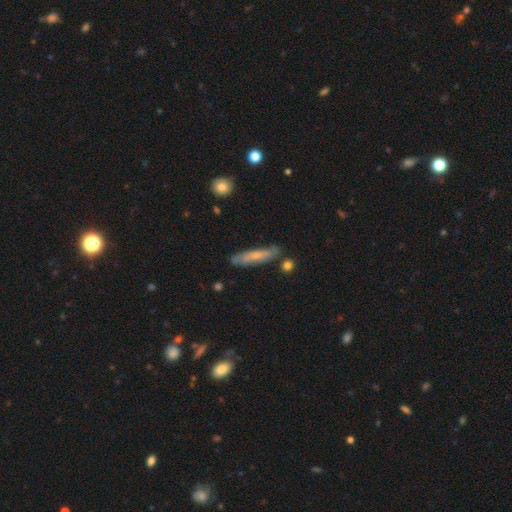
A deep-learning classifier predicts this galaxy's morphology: smooth-or-featured: smooth: 50% | featured or disk: 44% | star or artifact: 6%
  merging: none: 75% | minor disturbance: 17% | merger: 4% | major disturbance: 4%